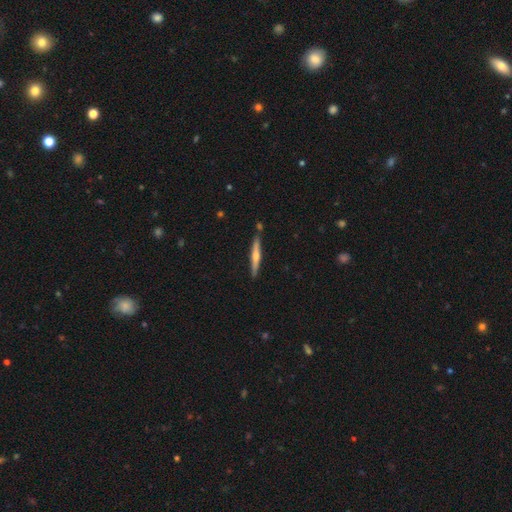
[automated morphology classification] type=featured or disk (63%); edge-on=yes (97%); edge-on bulge=rounded (79%); merging=none (86%).